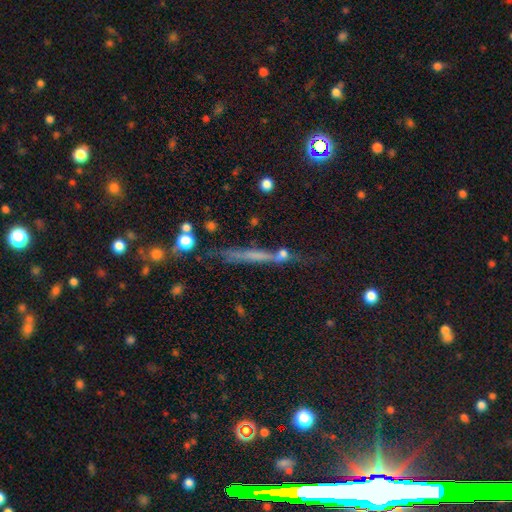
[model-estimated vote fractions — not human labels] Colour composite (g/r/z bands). It shows a featured or disk galaxy (44%). Merging: none (73%).